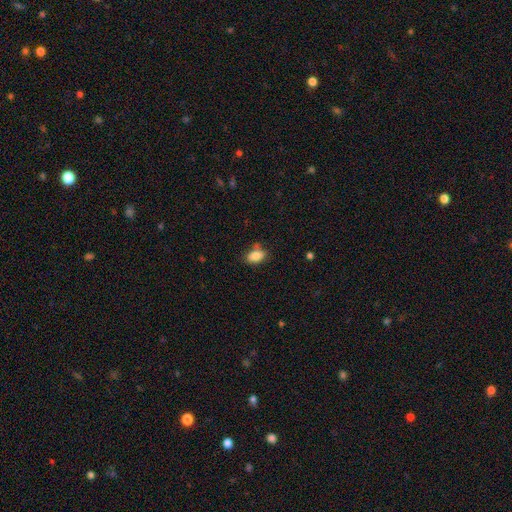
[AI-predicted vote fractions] This is clearly a smooth galaxy (83%). How rounded: clearly in between (86%). Merging: likely none (67%).